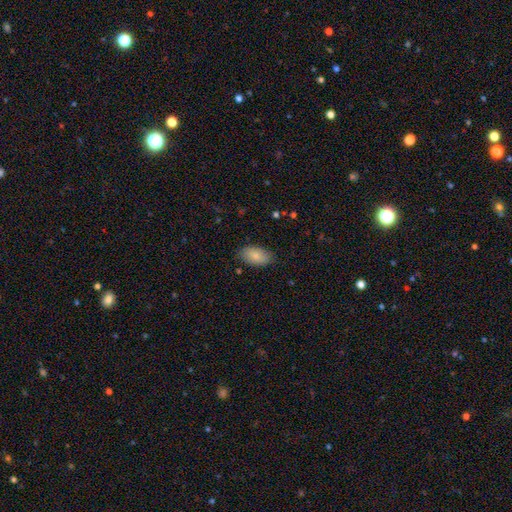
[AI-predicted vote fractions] This is clearly a smooth galaxy (83%). How rounded: clearly in between (94%). Merging: clearly none (83%).